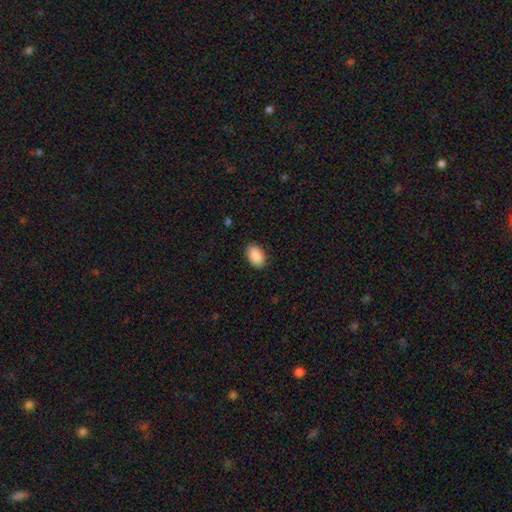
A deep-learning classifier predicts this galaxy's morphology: Smooth or featured: smooth — 90% (star or artifact — 7%)
How rounded: in between — 93% (round — 6%)
Merging: none — 89% (minor disturbance — 8%)